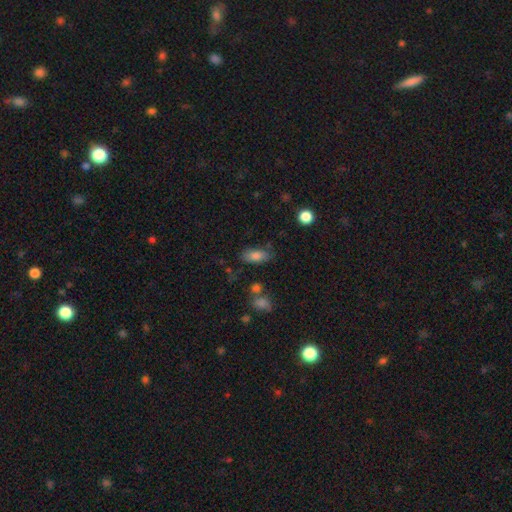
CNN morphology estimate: Smooth or featured: smooth — 83% (featured or disk — 9%)
How rounded: in between — 86% (cigar-shaped — 11%)
Merging: none — 73% (minor disturbance — 17%)